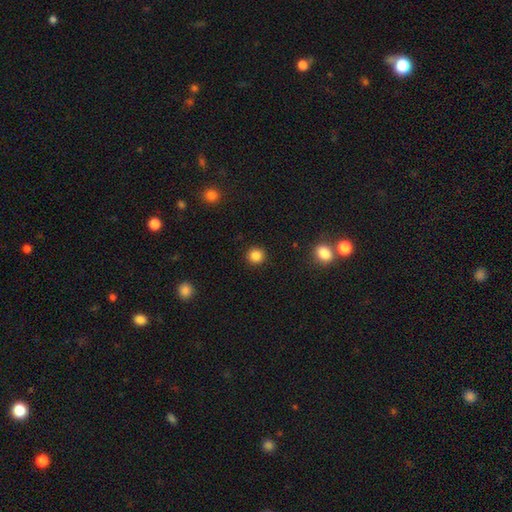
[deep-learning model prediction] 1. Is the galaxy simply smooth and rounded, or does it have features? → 85% smooth, 12% star or artifact, 3% featured or disk.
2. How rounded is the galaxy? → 94% round, 5% in between, 1% cigar-shaped.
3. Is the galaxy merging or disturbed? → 92% none, 5% minor disturbance, 2% major disturbance, 1% merger.